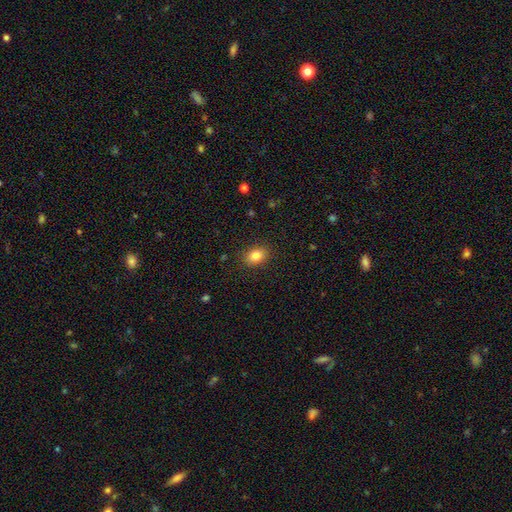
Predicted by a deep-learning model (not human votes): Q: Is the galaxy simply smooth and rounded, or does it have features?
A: smooth — 84%.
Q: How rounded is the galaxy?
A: in between — 75%.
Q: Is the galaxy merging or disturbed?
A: none — 87%.